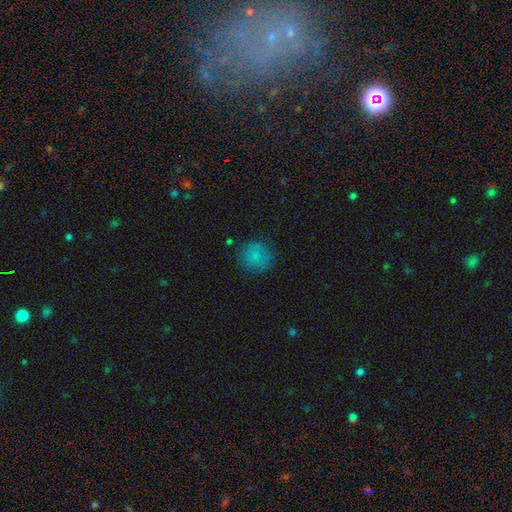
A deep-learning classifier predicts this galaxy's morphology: Smooth or featured? Predicted: smooth (p=0.81). How rounded? Predicted: round (p=0.92). Merging? Predicted: none (p=0.82).